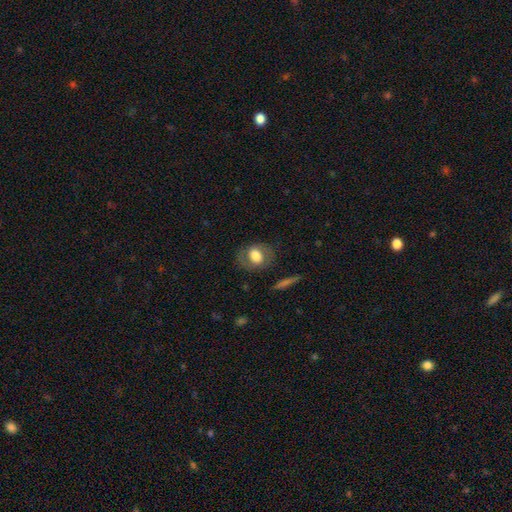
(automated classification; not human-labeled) smooth-or-featured: smooth: 60% | featured or disk: 33% | star or artifact: 7%
  how-rounded: in between: 60% | round: 39% | cigar-shaped: 2%
  merging: none: 74% | minor disturbance: 16% | major disturbance: 8% | merger: 2%